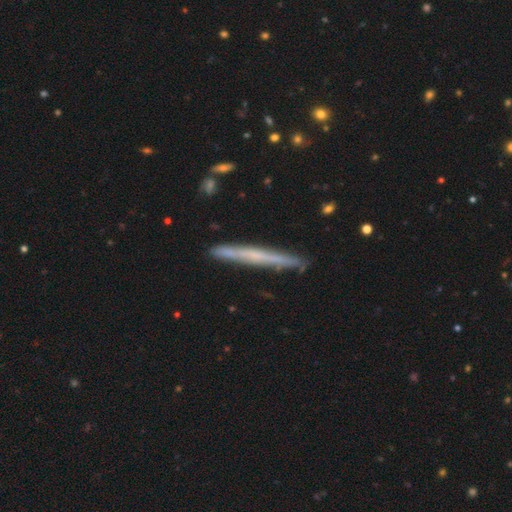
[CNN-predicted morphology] Smooth or featured? Predicted: featured or disk (p=0.53). Edge-on disk? Predicted: yes (p=0.95). Edge-on bulge? Predicted: none (p=0.81). Merging? Predicted: none (p=0.88).